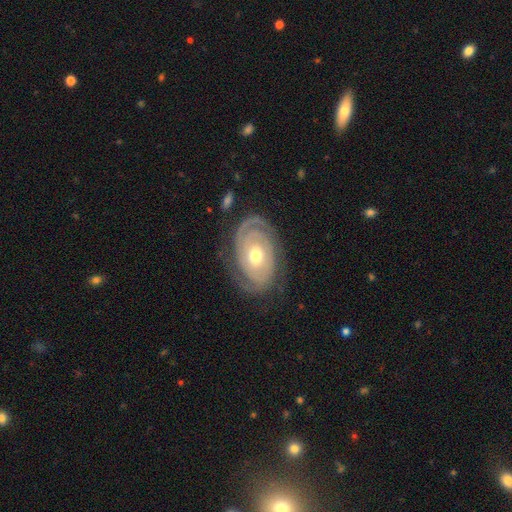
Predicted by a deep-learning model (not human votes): Smooth or featured? featured or disk (88%)
Edge-on disk? no (96%)
Bar? no (69%)
Spiral arms? yes (96%)
Spiral winding? tight (78%)
Spiral arm count? 2 (71%)
Bulge size? moderate (70%)
Merging? none (79%)